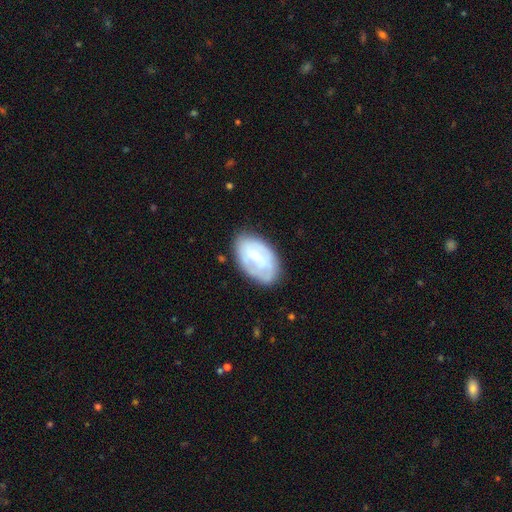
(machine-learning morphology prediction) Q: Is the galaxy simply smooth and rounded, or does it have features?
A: smooth — 48%.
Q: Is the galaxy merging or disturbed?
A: none — 71%.